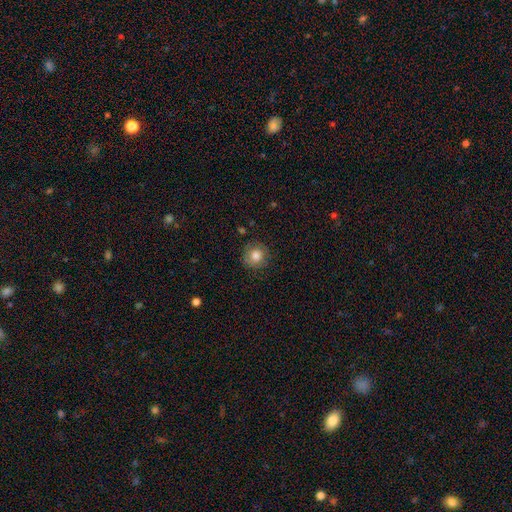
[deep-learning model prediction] Q: Smooth or featured?
A: smooth (78%); runner-up: featured or disk (13%)
Q: How rounded?
A: round (89%); runner-up: in between (10%)
Q: Merging?
A: none (82%); runner-up: minor disturbance (13%)